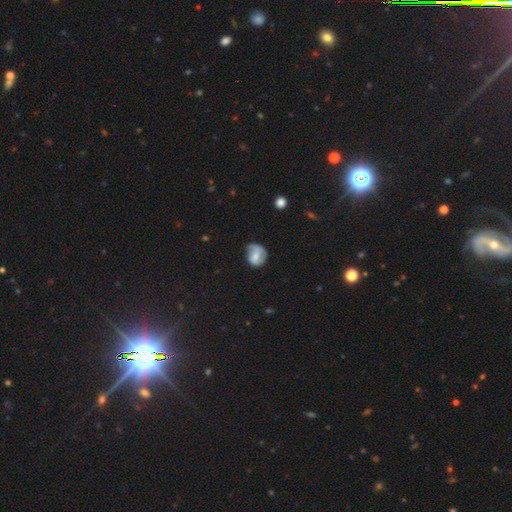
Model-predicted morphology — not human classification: smooth 60%, featured or disk 32%, star or artifact 8%. Down the decision tree: how rounded — round (64%); merging — none (43%).